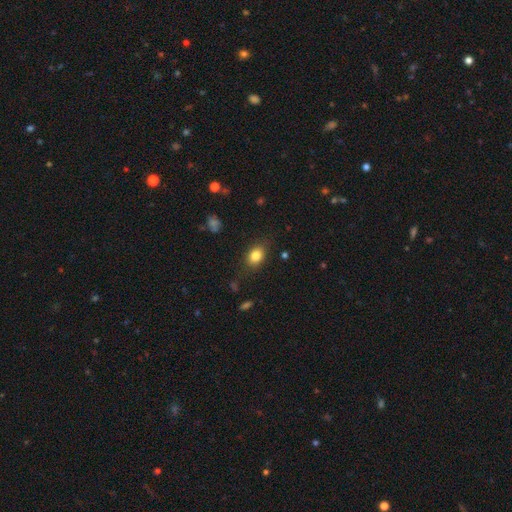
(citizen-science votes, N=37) Smooth or featured? 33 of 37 (89%) said smooth. How rounded? 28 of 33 (85%) said in between. Merging? 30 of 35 (86%) said none.